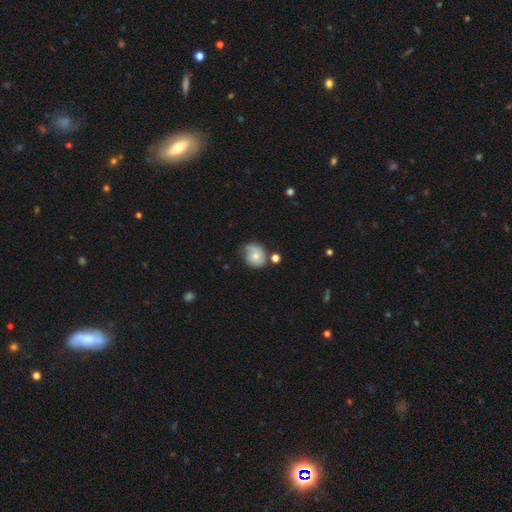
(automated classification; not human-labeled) smooth_or_featured: smooth (p=0.48) [alt: featured or disk p=0.44]
merging: none (p=0.44) [alt: minor disturbance p=0.31]